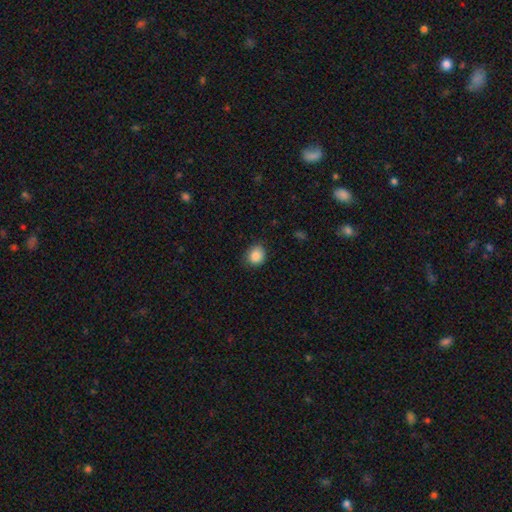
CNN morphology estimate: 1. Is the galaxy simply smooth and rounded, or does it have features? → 87% smooth, 9% star or artifact, 4% featured or disk.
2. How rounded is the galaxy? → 72% round, 27% in between, 1% cigar-shaped.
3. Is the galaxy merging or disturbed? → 81% none, 15% minor disturbance, 3% major disturbance, 1% merger.